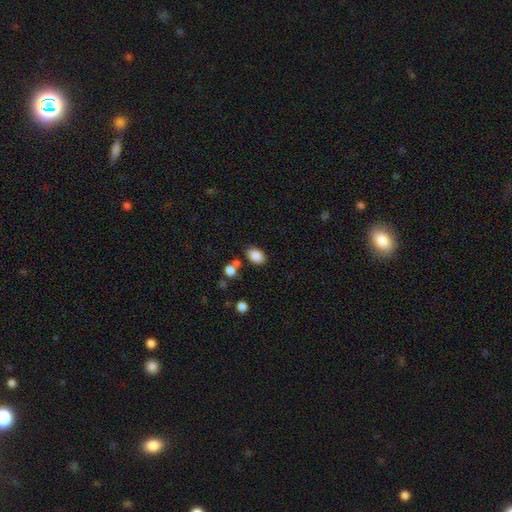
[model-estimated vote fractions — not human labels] smooth_or_featured: smooth (p=0.86) [alt: star or artifact p=0.09]
how_rounded: in between (p=0.83) [alt: round p=0.16]
merging: none (p=0.76) [alt: minor disturbance p=0.12]